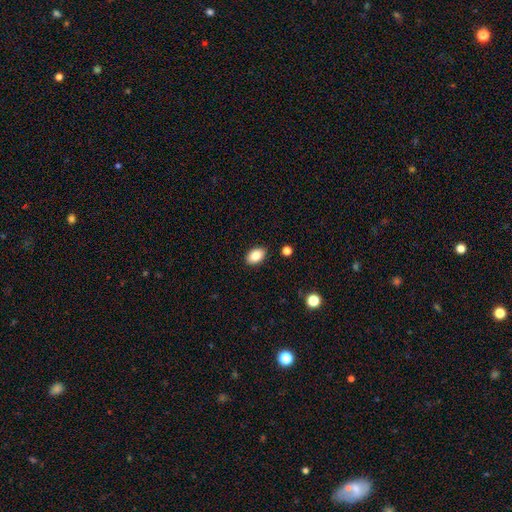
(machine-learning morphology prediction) Q: Smooth or featured?
A: smooth (85%); runner-up: star or artifact (8%)
Q: How rounded?
A: in between (88%); runner-up: round (11%)
Q: Merging?
A: none (88%); runner-up: minor disturbance (9%)